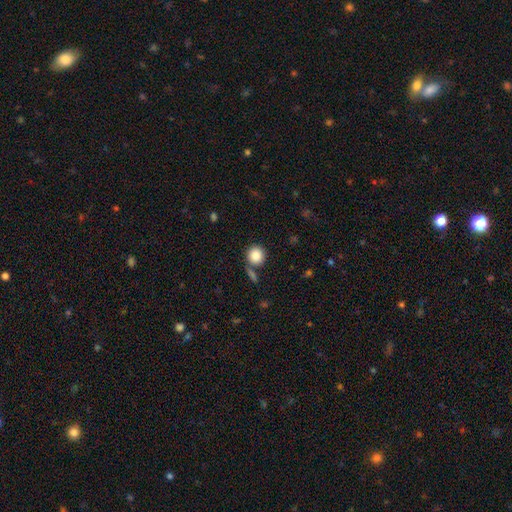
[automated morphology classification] Smooth or featured?
  - smooth: 86% *
  - star or artifact: 9%
  - featured or disk: 5%
How rounded?
  - round: 90% *
  - in between: 9%
  - cigar-shaped: 1%
Merging?
  - none: 73% *
  - merger: 13%
  - minor disturbance: 10%
  - major disturbance: 4%